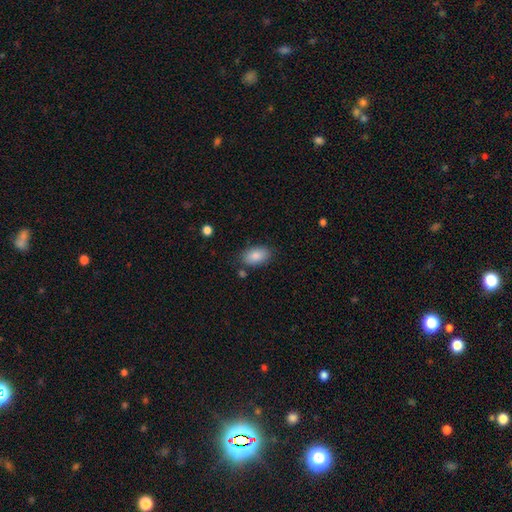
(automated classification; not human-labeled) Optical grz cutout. It shows a smooth galaxy with no disk features (86%) that is in between round and cigar-shaped (92%). Merging: none (80%).